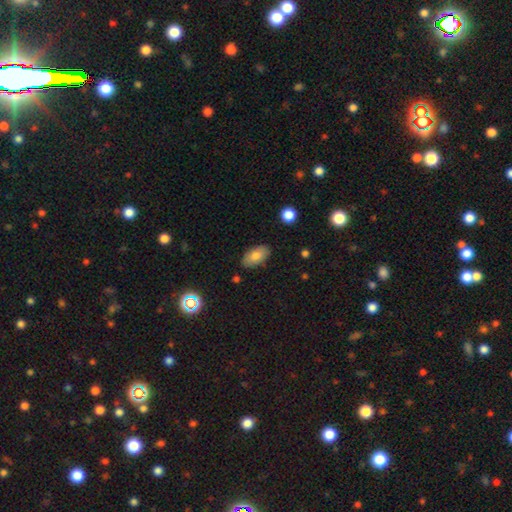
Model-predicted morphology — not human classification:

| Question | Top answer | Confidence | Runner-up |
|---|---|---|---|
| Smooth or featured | smooth | 78% | featured or disk (14%) |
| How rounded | in between | 93% | round (4%) |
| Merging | none | 84% | minor disturbance (12%) |